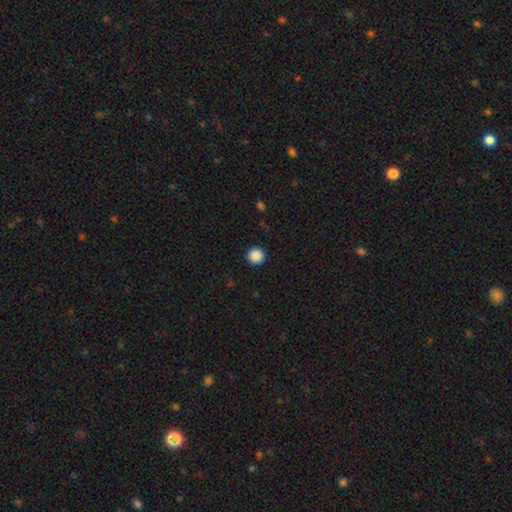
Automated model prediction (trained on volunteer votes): Smooth or featured? smooth (88%)
How rounded? round (95%)
Merging? none (93%)